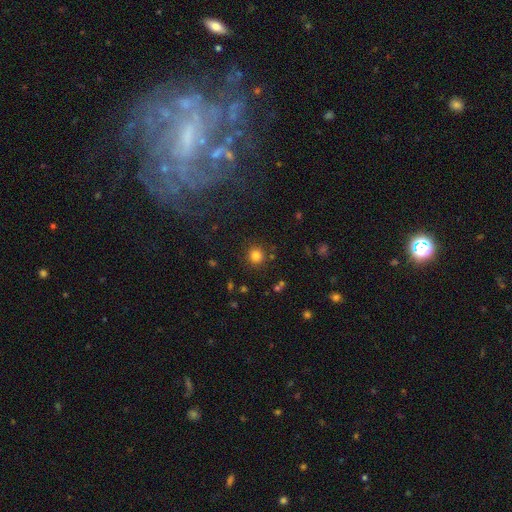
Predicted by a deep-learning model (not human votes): smooth 81%, star or artifact 14%, featured or disk 5%. Down the decision tree: how rounded — round (93%); merging — none (87%).